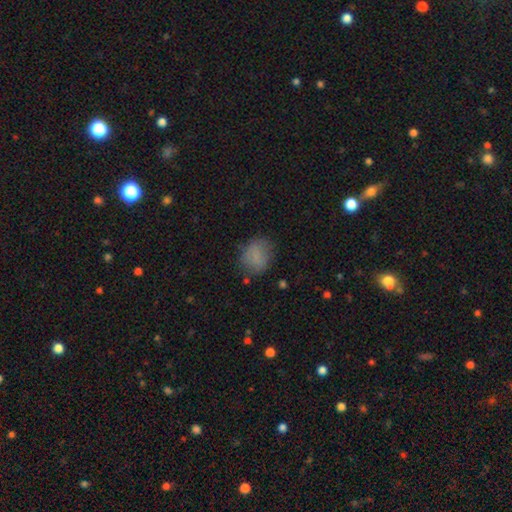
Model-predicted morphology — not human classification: A smooth galaxy with no disk features (78%) that is round (54%). Merging: none (71%).